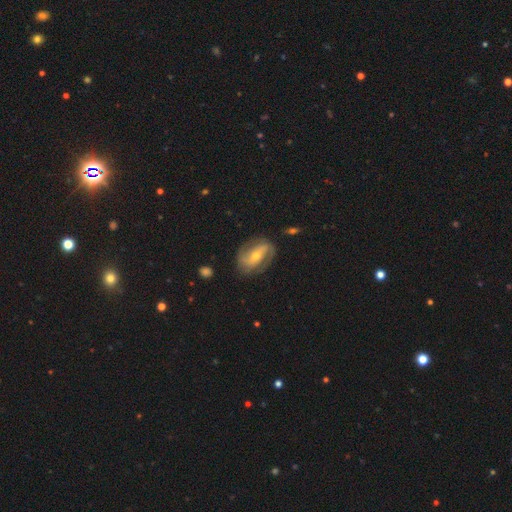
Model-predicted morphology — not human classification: smooth_or_featured: featured or disk (p=0.82) [alt: smooth p=0.12]
disk_edge_on: no (p=0.95) [alt: yes p=0.05]
bar: strong (p=0.43) [alt: weak p=0.31]
has_spiral_arms: yes (p=0.92) [alt: no p=0.08]
spiral_winding: medium (p=0.42) [alt: tight p=0.32]
spiral_arm_count: 2 (p=0.85) [alt: can't tell p=0.07]
bulge_size: moderate (p=0.50) [alt: small p=0.46]
merging: none (p=0.78) [alt: minor disturbance p=0.15]